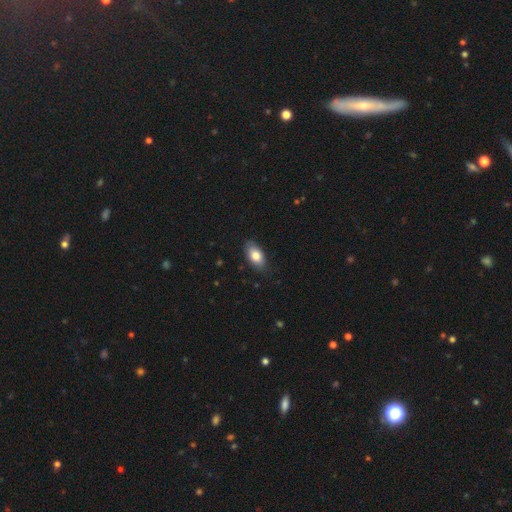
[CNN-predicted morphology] Smooth or featured?
  - smooth: 80% *
  - featured or disk: 13%
  - star or artifact: 7%
How rounded?
  - in between: 92% *
  - round: 4%
  - cigar-shaped: 4%
Merging?
  - none: 80% *
  - minor disturbance: 16%
  - major disturbance: 3%
  - merger: 1%